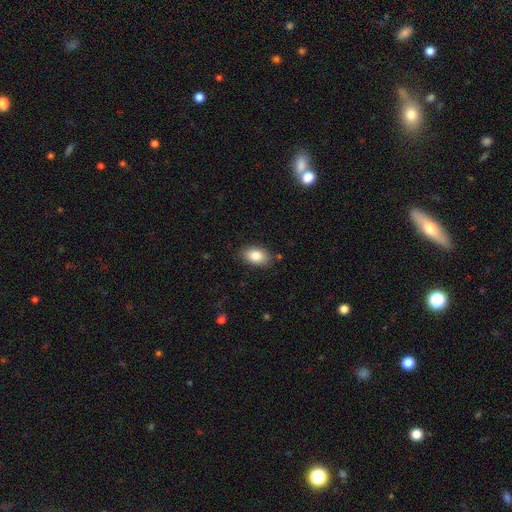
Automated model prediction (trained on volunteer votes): smooth 85%, featured or disk 8%, star or artifact 7%. Down the decision tree: how rounded — in between (90%); merging — none (84%).